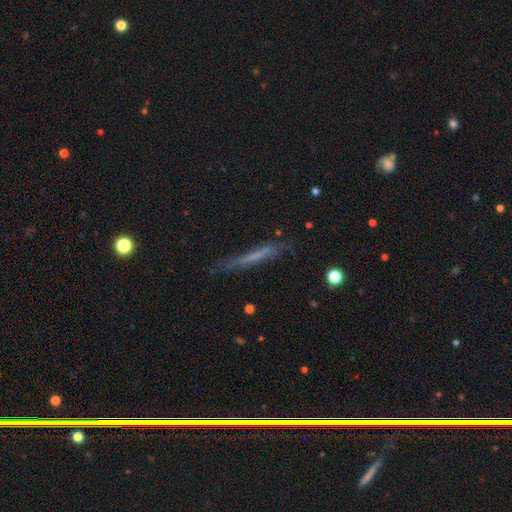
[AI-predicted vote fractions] A smooth galaxy with no disk features (48%). Merging: none (71%).